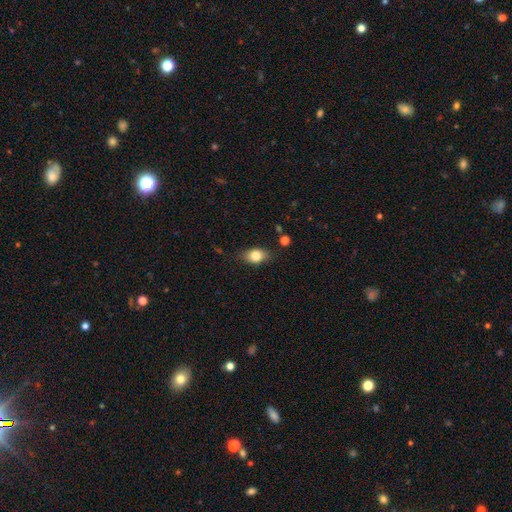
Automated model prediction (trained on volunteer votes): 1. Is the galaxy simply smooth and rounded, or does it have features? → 81% smooth, 11% featured or disk, 8% star or artifact.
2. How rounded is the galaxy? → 77% in between, 20% round, 3% cigar-shaped.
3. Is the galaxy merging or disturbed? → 78% none, 16% minor disturbance, 4% major disturbance, 2% merger.